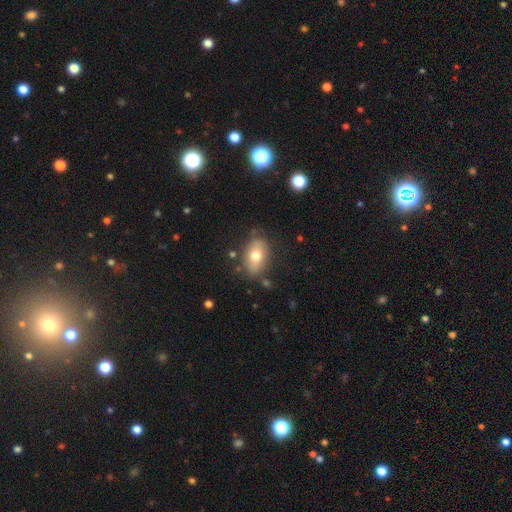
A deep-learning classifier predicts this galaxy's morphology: This is likely a smooth galaxy (69%). How rounded: clearly in between (86%). Merging: likely none (77%).